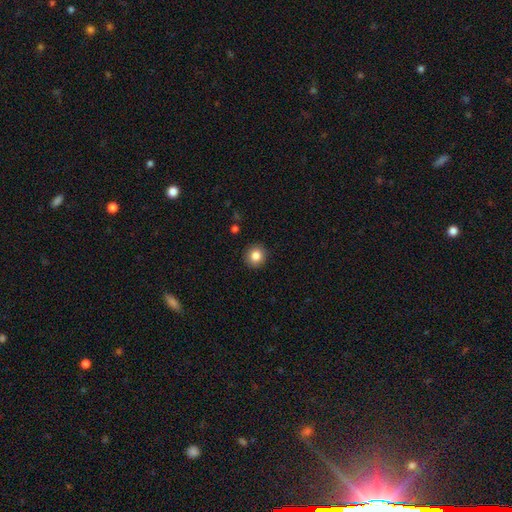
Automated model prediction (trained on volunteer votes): smooth-or-featured: smooth: 84% | star or artifact: 9% | featured or disk: 6%
  how-rounded: round: 90% | in between: 9% | cigar-shaped: 1%
  merging: none: 92% | minor disturbance: 6% | major disturbance: 2% | merger: 1%